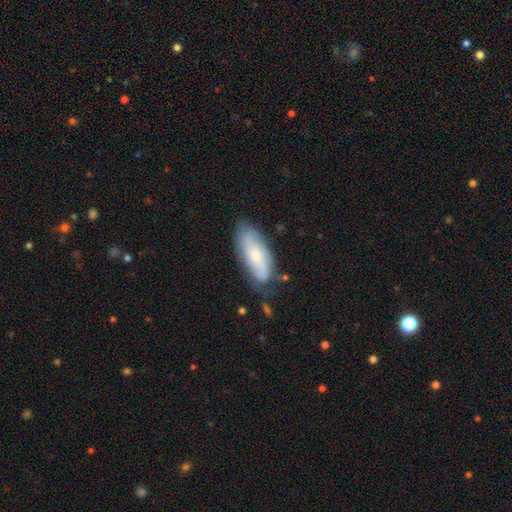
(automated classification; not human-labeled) Morphology: type=smooth (47%); merging=none (66%).